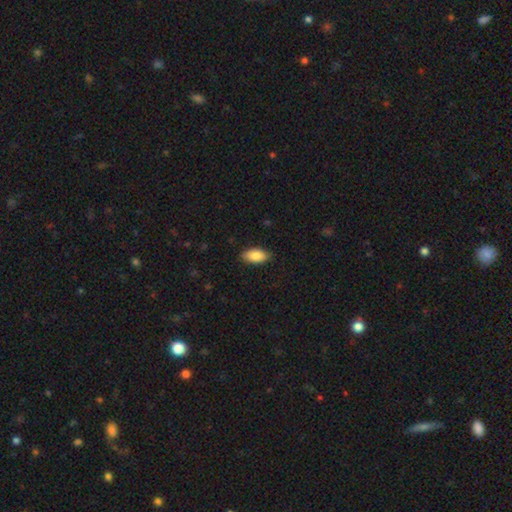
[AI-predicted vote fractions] The model was most divided on "merging": none: 84%, minor disturbance: 12%, major disturbance: 2%, merger: 1%. More confident: how rounded — in between (93%); smooth or featured — smooth (87%).